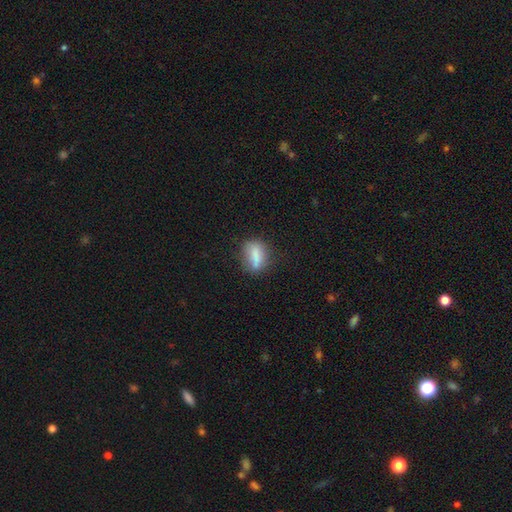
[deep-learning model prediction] This appears to be a smooth galaxy with no disk features (70%) that is in between round and cigar-shaped (62%). Merging: none (62%).